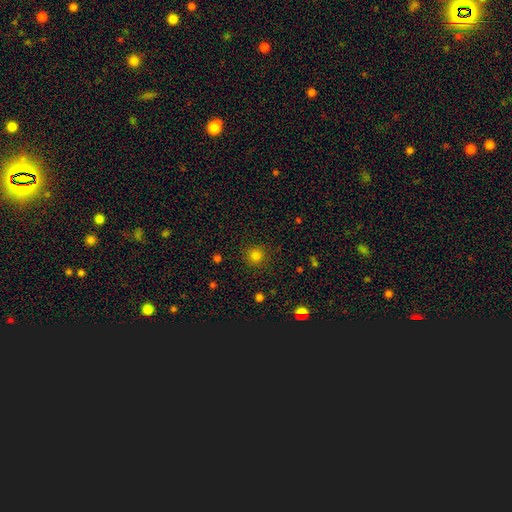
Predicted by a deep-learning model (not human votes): This appears to be a smooth galaxy with no disk features (81%) that is round (93%). Merging: none (89%).